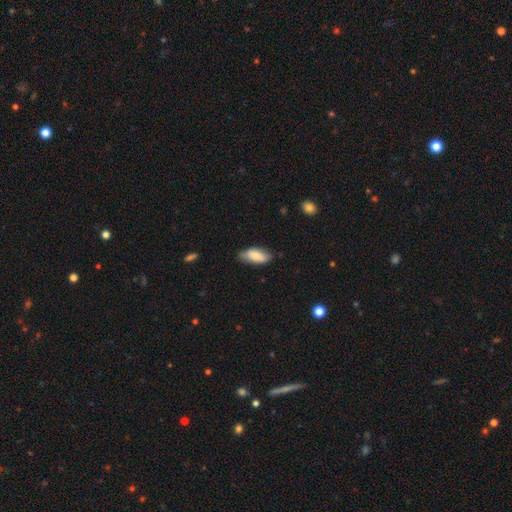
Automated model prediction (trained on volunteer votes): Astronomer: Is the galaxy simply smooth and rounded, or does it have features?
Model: smooth — 76%.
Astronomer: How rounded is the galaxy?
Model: in between — 87%.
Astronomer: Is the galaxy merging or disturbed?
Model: none — 72%.